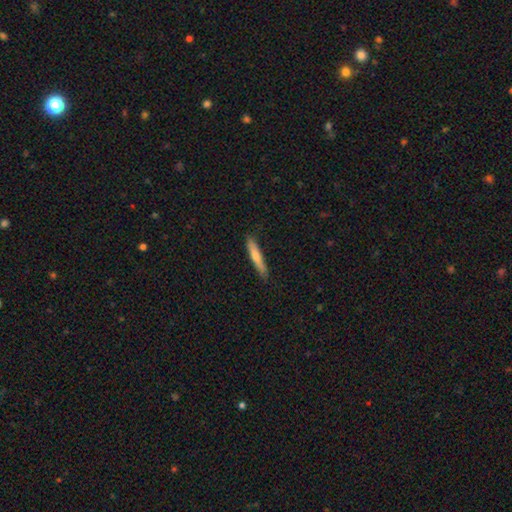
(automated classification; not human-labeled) A smooth galaxy with no disk features (63%) that is cigar-shaped (93%).

Vote fractions:
- Smooth or featured? smooth: 63% / featured or disk: 31% / star or artifact: 6%
- How rounded? cigar-shaped: 93% / in between: 6% / round: 1%
- Merging? none: 87% / minor disturbance: 10% / major disturbance: 2% / merger: 1%